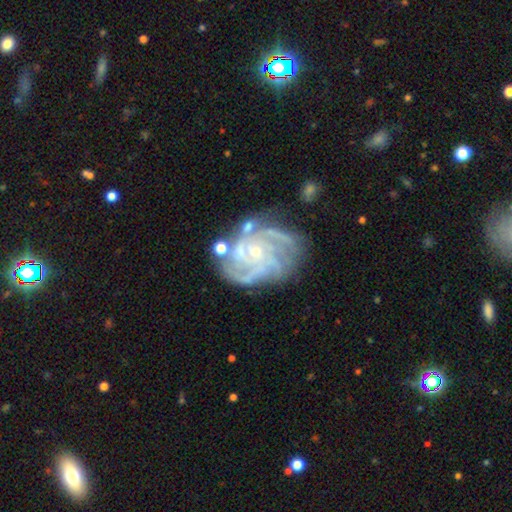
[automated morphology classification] A featured or disk galaxy (88%) with no bar (73%), 4 (33%) tight (63%) spiral arms (97%) and a small central bulge (77%). Merging: none (69%).